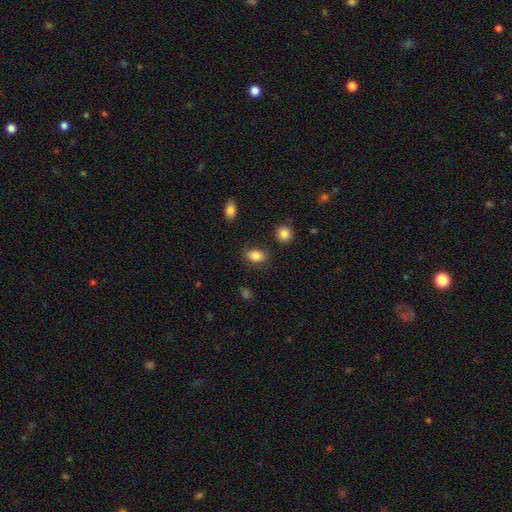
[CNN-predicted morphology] Smooth or featured: smooth — 86% (star or artifact — 9%)
How rounded: in between — 81% (round — 18%)
Merging: none — 83% (minor disturbance — 11%)